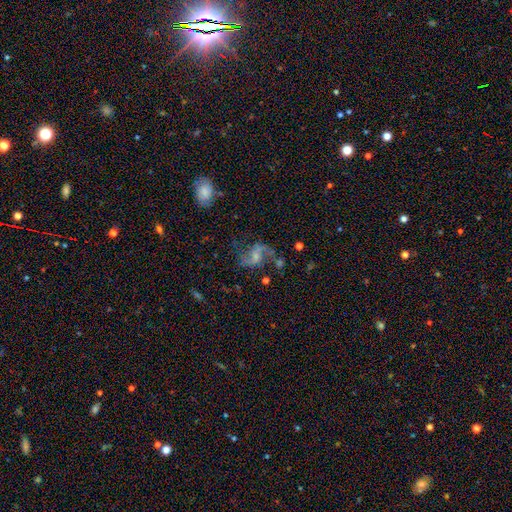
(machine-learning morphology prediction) Smooth or featured: featured or disk — 80% (smooth — 11%)
Edge-on disk: no — 97% (yes — 3%)
Bar: no — 45% (weak — 41%)
Spiral arms: yes — 93% (no — 7%)
Spiral winding: loose — 73% (medium — 22%)
Spiral arm count: 2 — 90% (1 — 3%)
Bulge size: small — 52% (moderate — 34%)
Merging: none — 59% (minor disturbance — 19%)